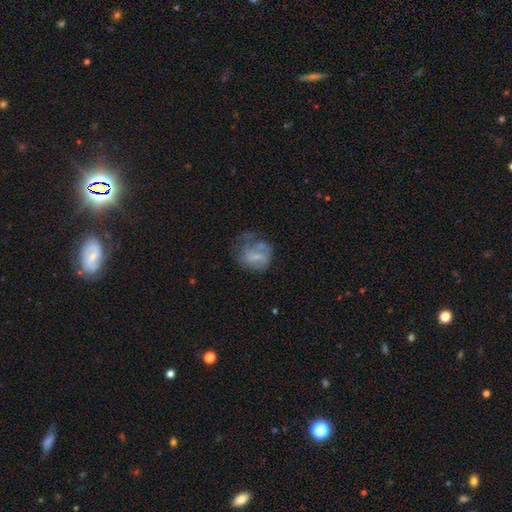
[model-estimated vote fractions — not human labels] This is possibly a featured or disk galaxy (48%). Merging: marginally major disturbance (34%, tied with none).